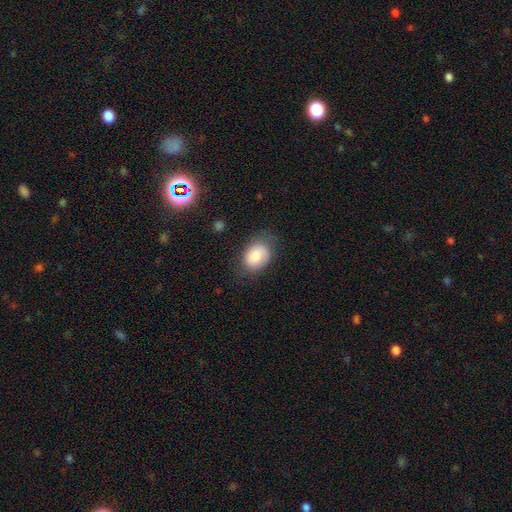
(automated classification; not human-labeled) smooth_or_featured: smooth (p=0.76) [alt: featured or disk p=0.17]
how_rounded: in between (p=0.71) [alt: round p=0.28]
merging: none (p=0.68) [alt: minor disturbance p=0.23]